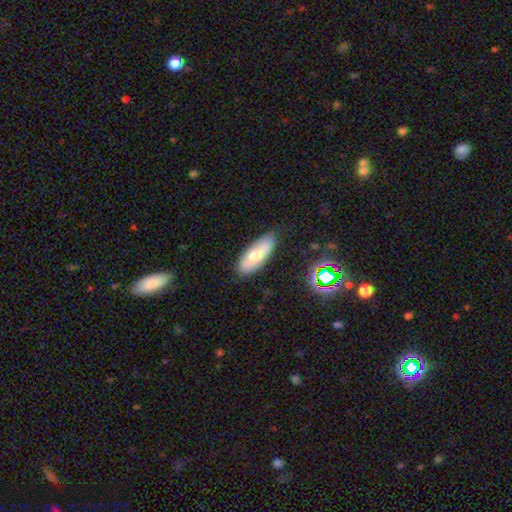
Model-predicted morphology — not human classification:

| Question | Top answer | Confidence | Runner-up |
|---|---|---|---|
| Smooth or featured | smooth | 55% | featured or disk (36%) |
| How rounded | in between | 75% | cigar-shaped (22%) |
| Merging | none | 76% | minor disturbance (16%) |